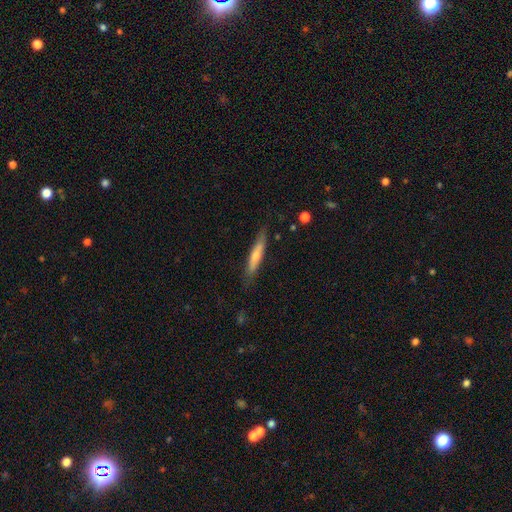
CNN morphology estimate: This is possibly a smooth galaxy (47%). Merging: clearly none (80%).